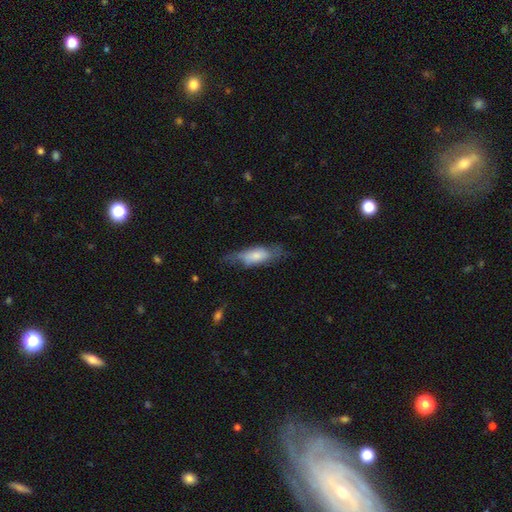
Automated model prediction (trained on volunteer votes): Smooth or featured?
  - smooth: 62% *
  - featured or disk: 31%
  - star or artifact: 6%
How rounded?
  - in between: 66% *
  - cigar-shaped: 31%
  - round: 2%
Merging?
  - none: 48% *
  - minor disturbance: 32%
  - major disturbance: 17%
  - merger: 2%